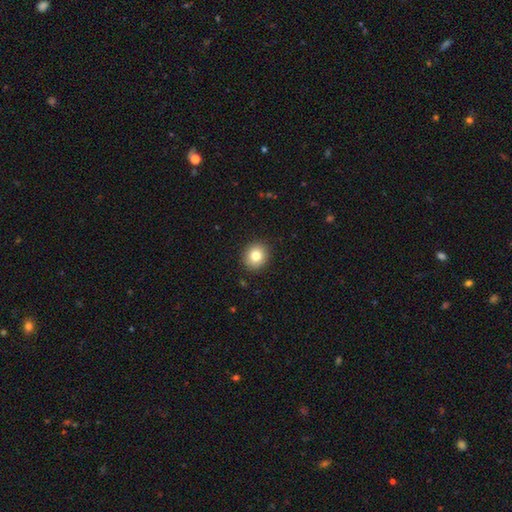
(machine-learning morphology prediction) Overall: smooth (81%). How rounded: round (83%). Merging: none (91%).